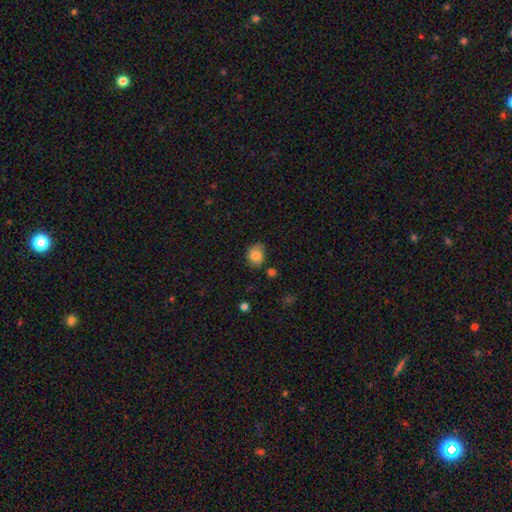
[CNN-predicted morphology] smooth-or-featured: smooth: 76% | featured or disk: 15% | star or artifact: 9%
  how-rounded: round: 57% | in between: 42% | cigar-shaped: 1%
  merging: none: 69% | minor disturbance: 23% | major disturbance: 5% | merger: 3%